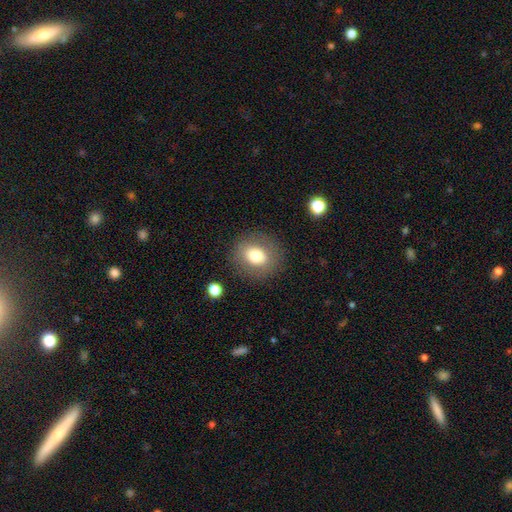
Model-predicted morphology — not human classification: smooth_or_featured: smooth (p=0.73) [alt: featured or disk p=0.17]
how_rounded: round (p=0.71) [alt: in between p=0.28]
merging: none (p=0.85) [alt: minor disturbance p=0.09]